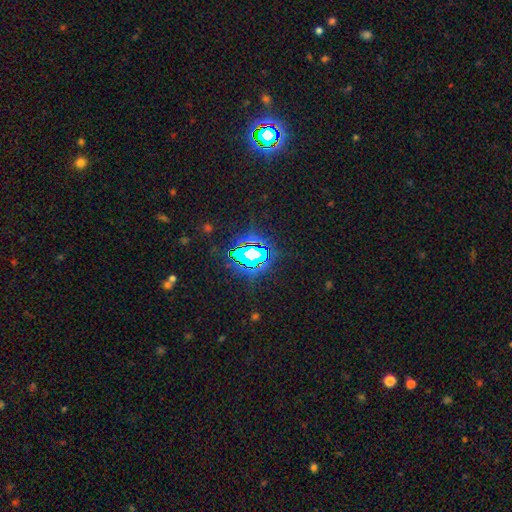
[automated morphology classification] Smooth or featured: star or artifact — 75% (smooth — 14%)